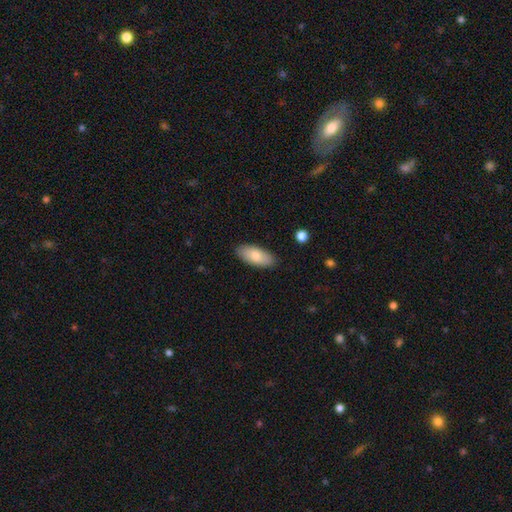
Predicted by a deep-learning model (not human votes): smooth_or_featured: smooth (p=0.79) [alt: featured or disk p=0.15]
how_rounded: in between (p=0.87) [alt: cigar-shaped p=0.11]
merging: none (p=0.87) [alt: minor disturbance p=0.10]